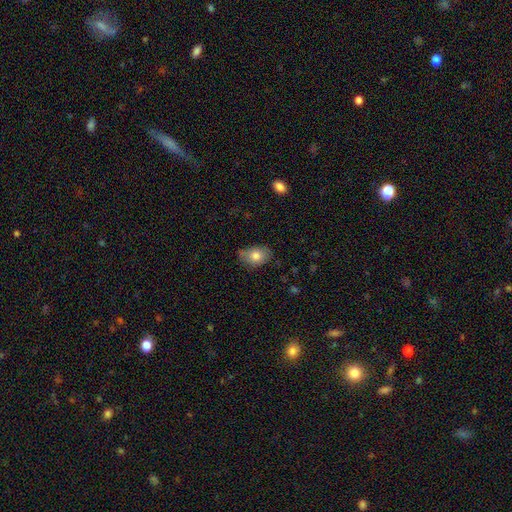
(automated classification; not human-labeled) Overall: smooth (80%). How rounded: in between (78%). Merging: none (69%).